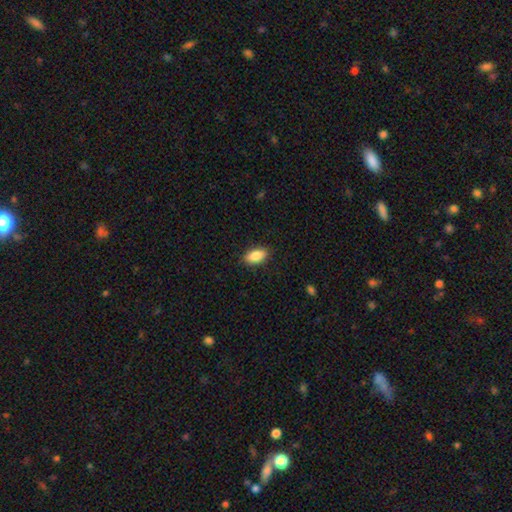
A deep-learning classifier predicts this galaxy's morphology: Smooth or featured? smooth (87%)
How rounded? in between (91%)
Merging? none (88%)